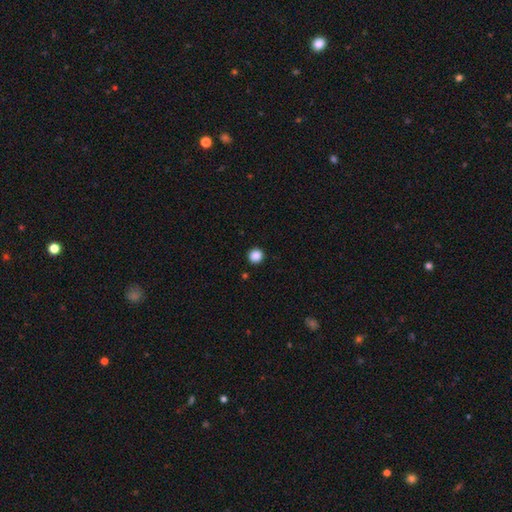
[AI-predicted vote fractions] This appears to be a smooth galaxy with no disk features (88%) that is round (95%). Merging: none (93%).